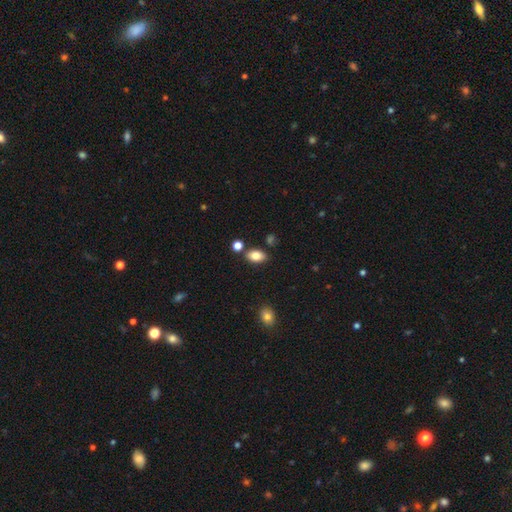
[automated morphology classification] Smooth or featured? Predicted: smooth (p=0.83). How rounded? Predicted: in between (p=0.89). Merging? Predicted: none (p=0.79).